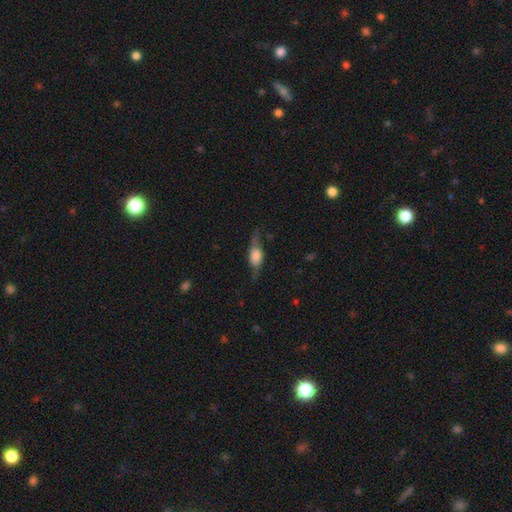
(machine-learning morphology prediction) Q: Smooth or featured?
A: featured or disk (56%); runner-up: smooth (36%)
Q: Edge-on disk?
A: yes (73%); runner-up: no (27%)
Q: Merging?
A: none (60%); runner-up: minor disturbance (24%)